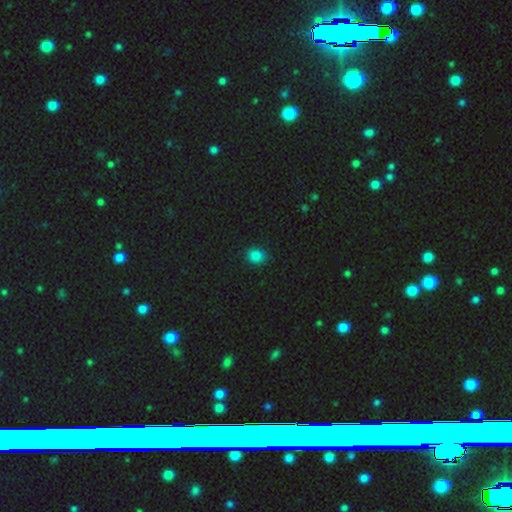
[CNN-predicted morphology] Smooth or featured?
  - smooth: 82% *
  - star or artifact: 14%
  - featured or disk: 3%
How rounded?
  - round: 61% *
  - in between: 38%
  - cigar-shaped: 1%
Merging?
  - none: 87% *
  - minor disturbance: 10%
  - major disturbance: 2%
  - merger: 1%